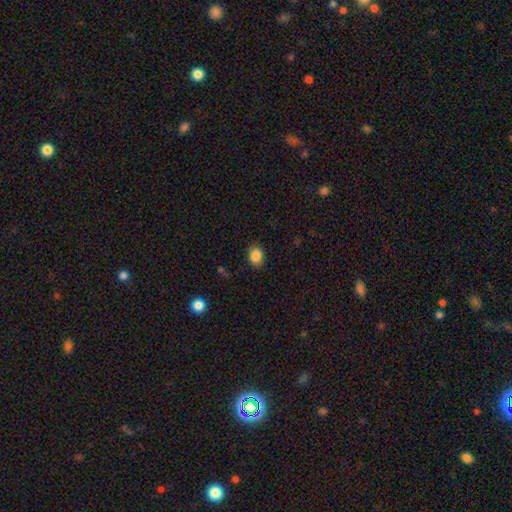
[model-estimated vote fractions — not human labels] Morphology: type=smooth (87%); roundness=in between (63%); merging=none (87%).